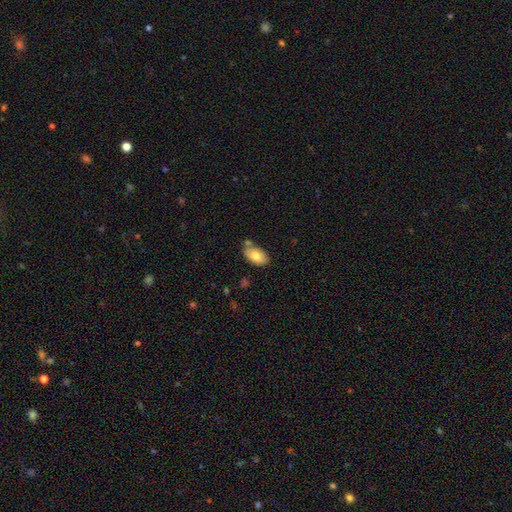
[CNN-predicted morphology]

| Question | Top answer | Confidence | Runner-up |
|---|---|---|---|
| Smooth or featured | smooth | 75% | featured or disk (18%) |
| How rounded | in between | 94% | round (5%) |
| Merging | none | 65% | minor disturbance (18%) |